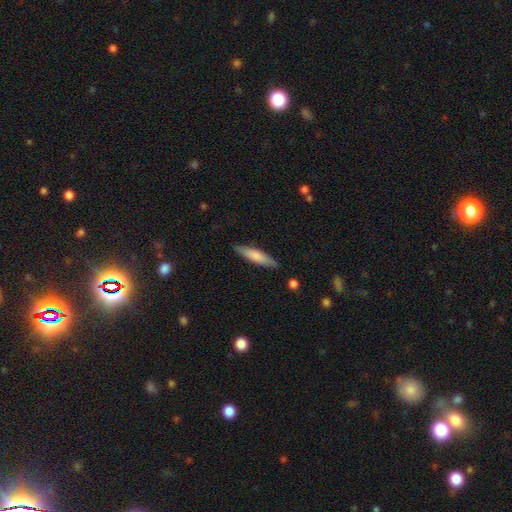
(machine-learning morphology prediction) The model was most divided on "smooth or featured": smooth: 70%, featured or disk: 25%, star or artifact: 5%. More confident: merging — none (85%); how rounded — cigar-shaped (79%).